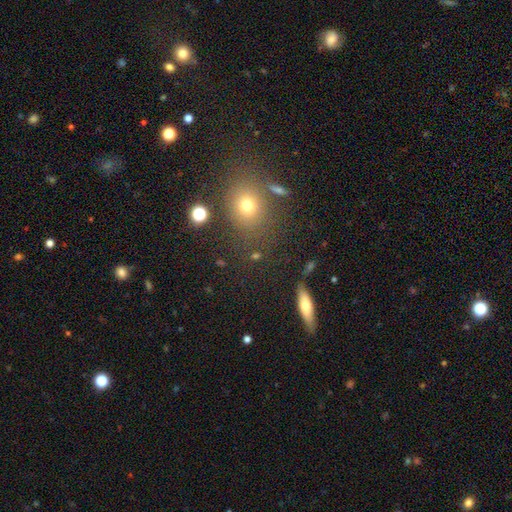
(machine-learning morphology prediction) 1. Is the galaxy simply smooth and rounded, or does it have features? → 62% smooth, 24% star or artifact, 14% featured or disk.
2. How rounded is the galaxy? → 61% round, 30% in between, 9% cigar-shaped.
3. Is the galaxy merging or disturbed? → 77% none, 11% minor disturbance, 7% merger, 5% major disturbance.